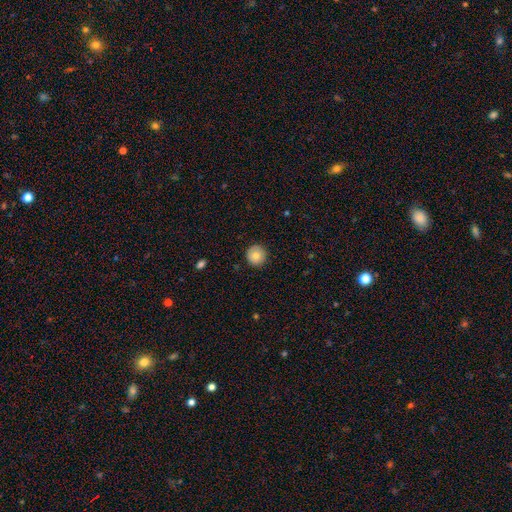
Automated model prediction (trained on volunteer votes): smooth 79%, featured or disk 13%, star or artifact 8%. Down the decision tree: how rounded — round (95%); merging — none (89%).